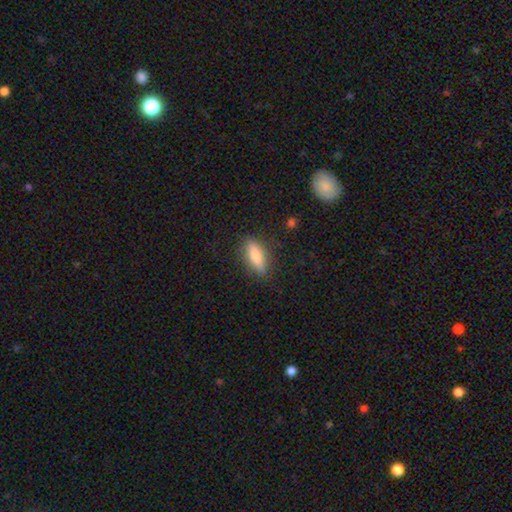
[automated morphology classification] Q: Smooth or featured?
A: smooth (70%); runner-up: featured or disk (23%)
Q: How rounded?
A: in between (50%); runner-up: cigar-shaped (47%)
Q: Merging?
A: none (85%); runner-up: minor disturbance (11%)